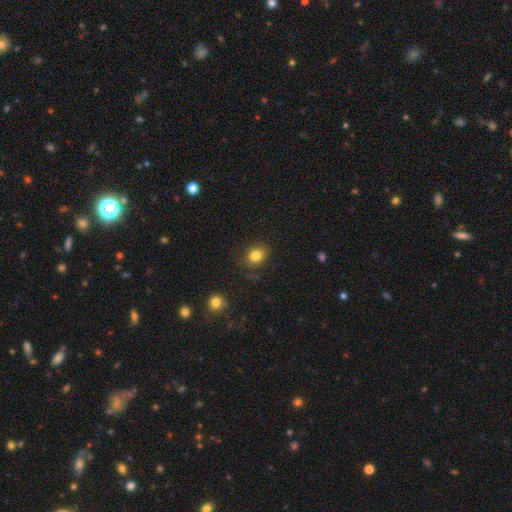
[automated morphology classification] A smooth galaxy with no disk features (82%) that is round (53%).

Vote fractions:
- Smooth or featured? smooth: 82% / star or artifact: 12% / featured or disk: 7%
- How rounded? round: 53% / in between: 46% / cigar-shaped: 1%
- Merging? none: 80% / minor disturbance: 14% / major disturbance: 4% / merger: 2%